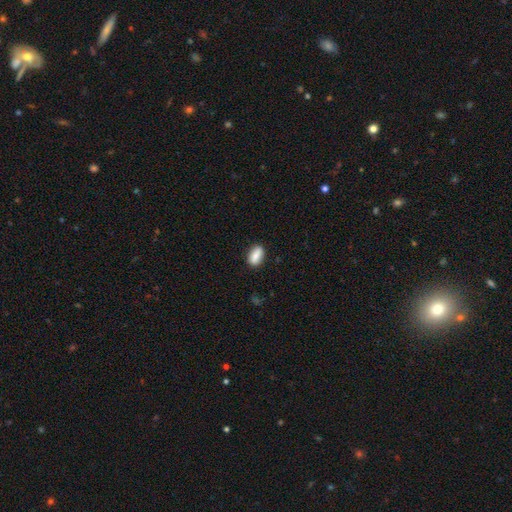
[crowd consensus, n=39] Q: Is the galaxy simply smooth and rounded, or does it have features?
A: smooth — 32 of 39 (82%).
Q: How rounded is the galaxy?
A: in between — 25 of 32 (78%).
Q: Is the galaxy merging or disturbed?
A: none — 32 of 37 (86%).